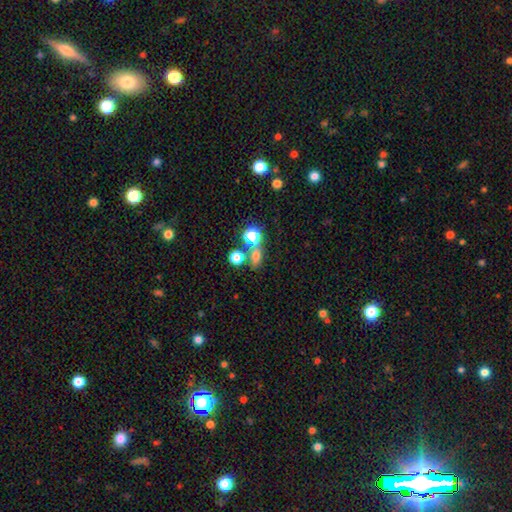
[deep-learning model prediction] Smooth or featured: smooth — 60% (star or artifact — 26%)
How rounded: in between — 52% (round — 43%)
Merging: none — 58% (merger — 27%)